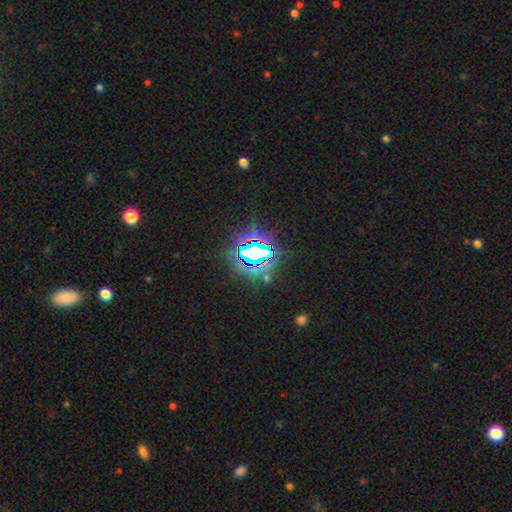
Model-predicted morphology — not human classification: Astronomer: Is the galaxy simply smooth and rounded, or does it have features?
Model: star or artifact — 80%.